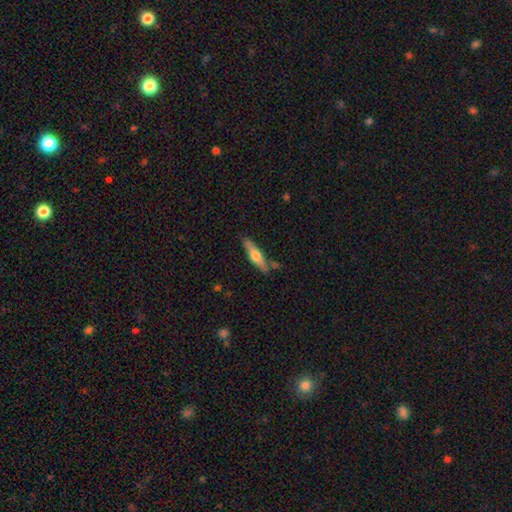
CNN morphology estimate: smooth-or-featured: featured or disk: 53% | smooth: 41% | star or artifact: 6%
  disk-edge-on: yes: 93% | no: 7%
  merging: none: 79% | minor disturbance: 13% | merger: 5% | major disturbance: 3%